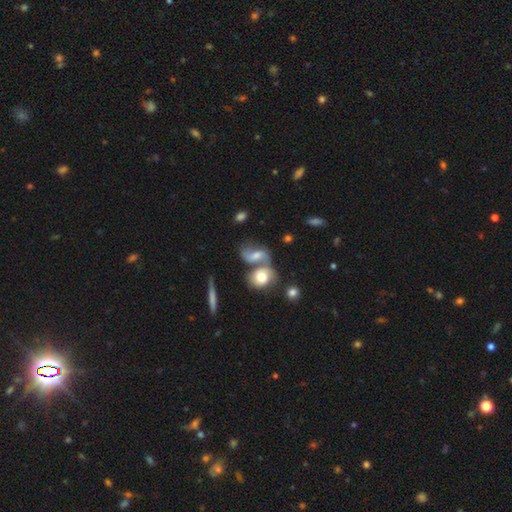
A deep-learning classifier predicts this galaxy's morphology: Smooth or featured?
  - featured or disk: 53% *
  - smooth: 35%
  - star or artifact: 11%
Edge-on disk?
  - no: 93% *
  - yes: 7%
Merging?
  - merger: 47% *
  - none: 31%
  - minor disturbance: 12%
  - major disturbance: 10%